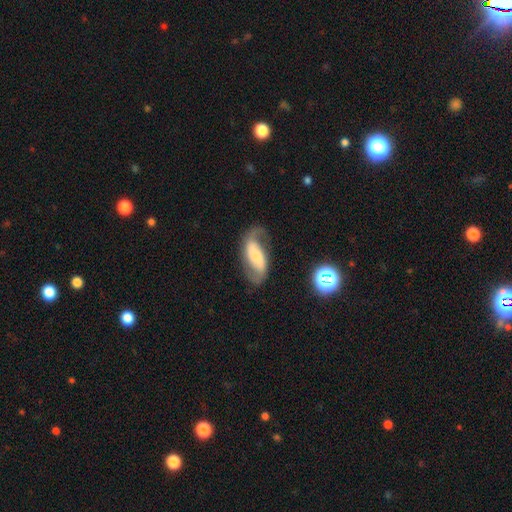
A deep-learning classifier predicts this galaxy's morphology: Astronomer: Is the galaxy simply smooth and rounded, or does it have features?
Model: featured or disk — 73%.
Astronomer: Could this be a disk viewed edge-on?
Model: no — 94%.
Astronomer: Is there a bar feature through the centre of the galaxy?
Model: weak — 35% (runner-up: no, 33%).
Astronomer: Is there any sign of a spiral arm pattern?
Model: yes — 92%.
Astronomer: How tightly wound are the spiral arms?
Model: loose — 61%.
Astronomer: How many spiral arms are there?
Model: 2 — 88%.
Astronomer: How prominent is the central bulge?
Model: small — 44% (runner-up: moderate, 35%).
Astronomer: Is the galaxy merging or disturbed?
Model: none — 65%.